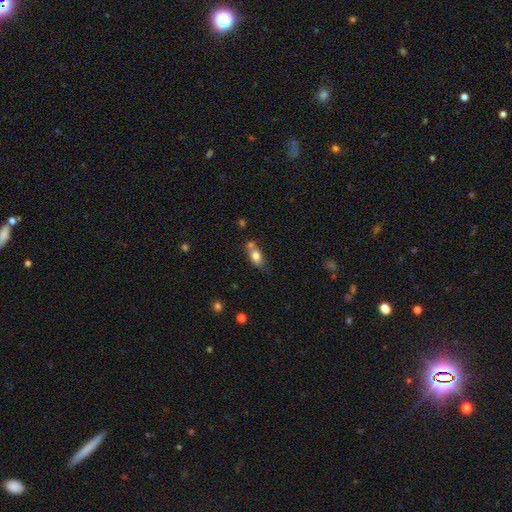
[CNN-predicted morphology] A smooth galaxy with no disk features (76%) that is in between round and cigar-shaped (80%). Merging: none (45%).